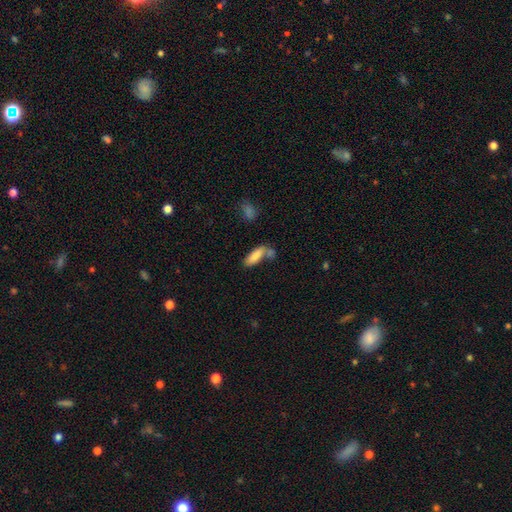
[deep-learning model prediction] Smooth or featured? Predicted: smooth (p=0.81). How rounded? Predicted: in between (p=0.61). Merging? Predicted: none (p=0.48).